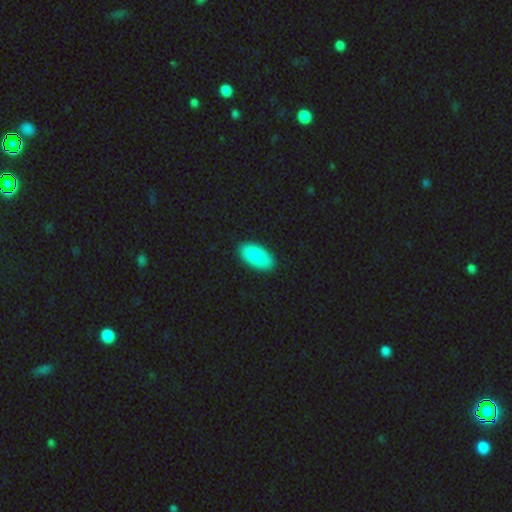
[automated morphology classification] This appears to be a smooth galaxy with no disk features (89%) that is in between round and cigar-shaped (95%). Merging: none (89%).